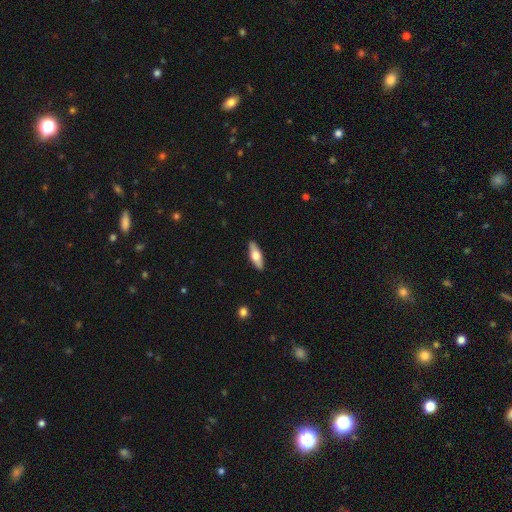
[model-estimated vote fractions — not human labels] This appears to be a smooth galaxy with no disk features (60%) that is in between round and cigar-shaped (62%). Merging: none (90%).